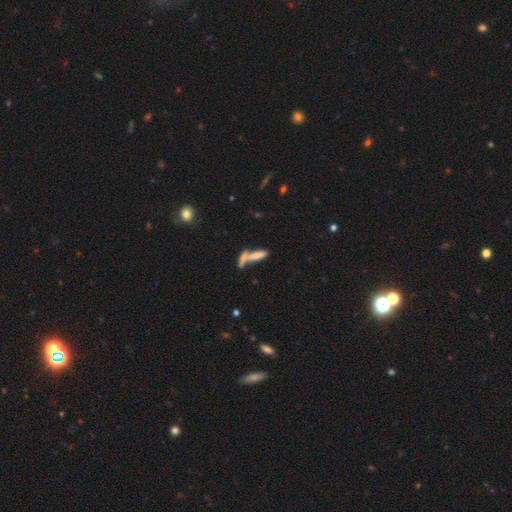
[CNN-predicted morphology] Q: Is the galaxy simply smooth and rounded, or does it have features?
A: smooth — 68%.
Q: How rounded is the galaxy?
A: cigar-shaped — 66%.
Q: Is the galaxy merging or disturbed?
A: merger — 52%.